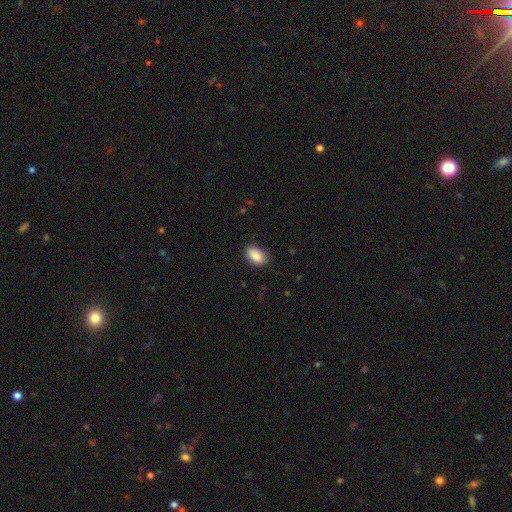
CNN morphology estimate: A smooth galaxy with no disk features (89%) that is in between round and cigar-shaped (92%).

Vote fractions:
- Smooth or featured? smooth: 89% / star or artifact: 7% / featured or disk: 4%
- How rounded? in between: 92% / round: 7% / cigar-shaped: 2%
- Merging? none: 84% / minor disturbance: 13% / major disturbance: 3% / merger: 1%